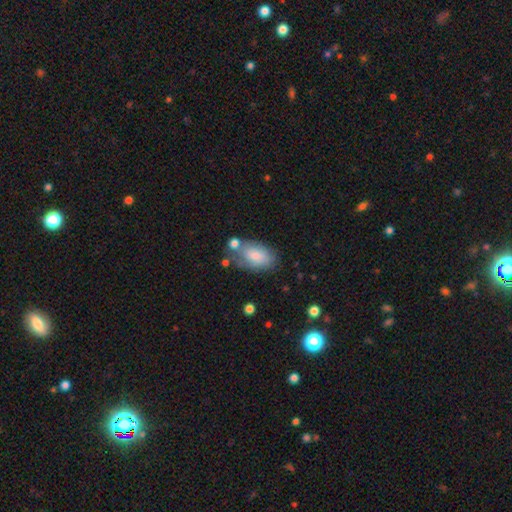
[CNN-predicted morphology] Smooth or featured?
  - smooth: 72% *
  - featured or disk: 21%
  - star or artifact: 7%
How rounded?
  - in between: 93% *
  - round: 5%
  - cigar-shaped: 2%
Merging?
  - none: 53% *
  - minor disturbance: 24%
  - merger: 13%
  - major disturbance: 10%